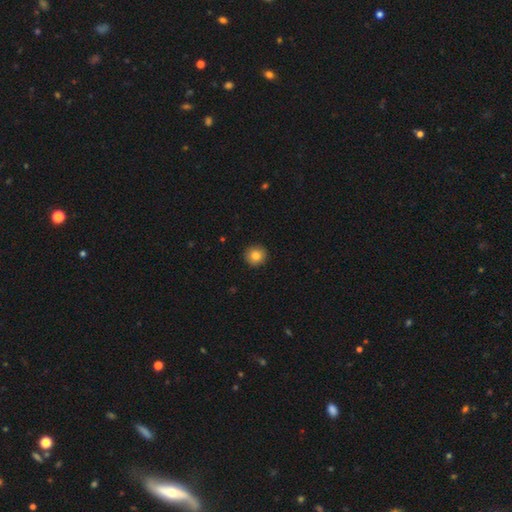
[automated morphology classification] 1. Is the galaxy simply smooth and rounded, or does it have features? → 83% smooth, 10% star or artifact, 8% featured or disk.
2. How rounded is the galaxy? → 93% round, 6% in between, 1% cigar-shaped.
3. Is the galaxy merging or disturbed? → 92% none, 6% minor disturbance, 2% major disturbance, 1% merger.